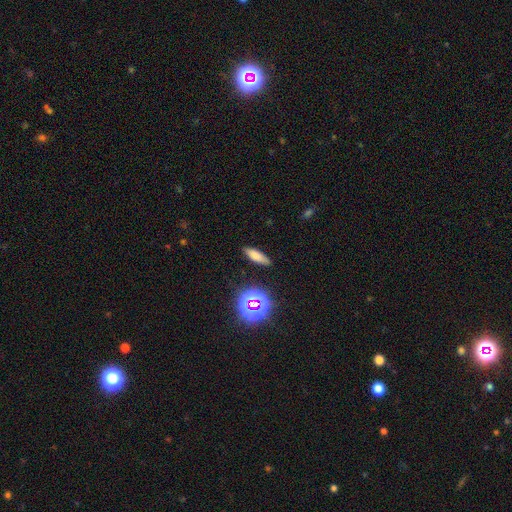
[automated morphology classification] smooth_or_featured: smooth (p=0.72) [alt: star or artifact p=0.16]
how_rounded: cigar-shaped (p=0.48) [alt: in between p=0.47]
merging: none (p=0.85) [alt: minor disturbance p=0.11]